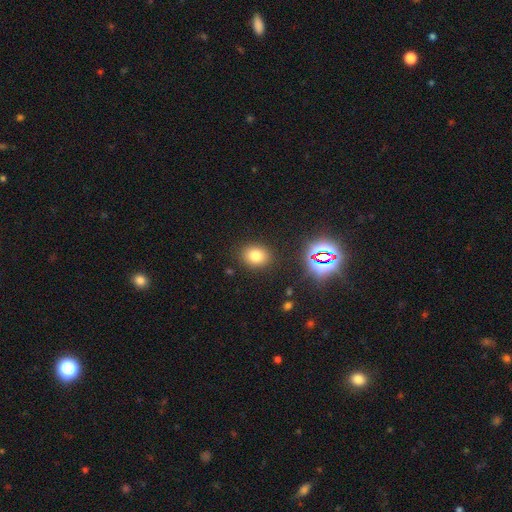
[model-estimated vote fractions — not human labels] smooth_or_featured: smooth (p=0.75) [alt: star or artifact p=0.17]
how_rounded: in between (p=0.51) [alt: round p=0.48]
merging: none (p=0.87) [alt: minor disturbance p=0.08]